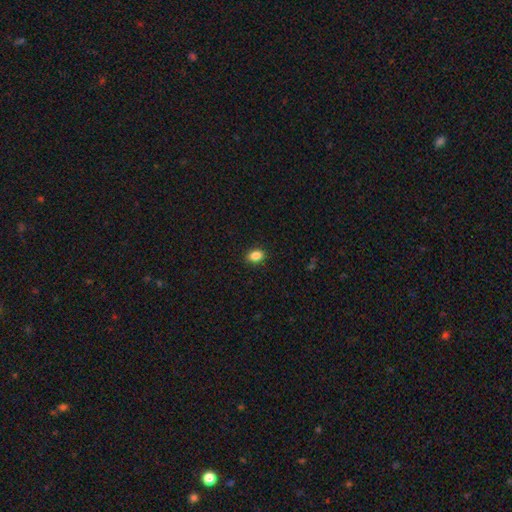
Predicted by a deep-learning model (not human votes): The model was most divided on "how rounded": in between: 71%, round: 28%, cigar-shaped: 1%. More confident: merging — none (90%); smooth or featured — smooth (86%).